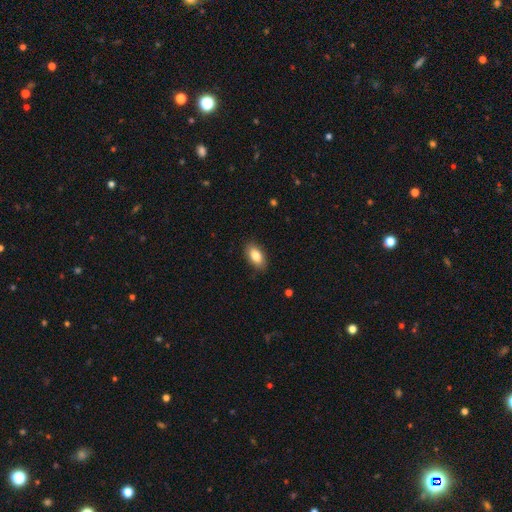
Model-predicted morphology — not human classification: Smooth or featured?
  - smooth: 85% *
  - featured or disk: 9%
  - star or artifact: 7%
How rounded?
  - in between: 92% *
  - round: 4%
  - cigar-shaped: 4%
Merging?
  - none: 86% *
  - minor disturbance: 11%
  - major disturbance: 2%
  - merger: 1%